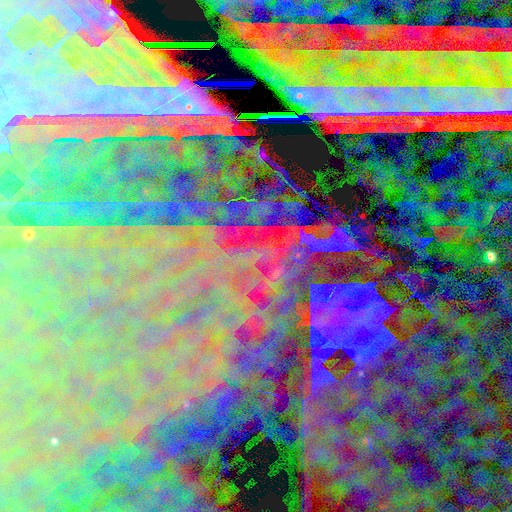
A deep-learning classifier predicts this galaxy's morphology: This is clearly a star or artifact rather than a galaxy (87%).